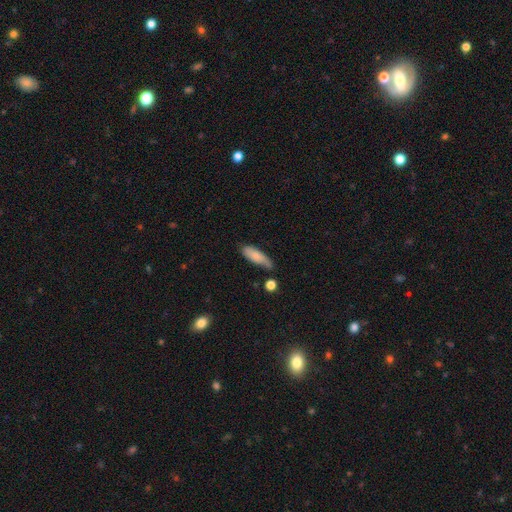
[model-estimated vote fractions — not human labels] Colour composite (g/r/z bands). It shows a smooth galaxy with no disk features (76%) that is in between round and cigar-shaped (63%). Merging: none (53%).